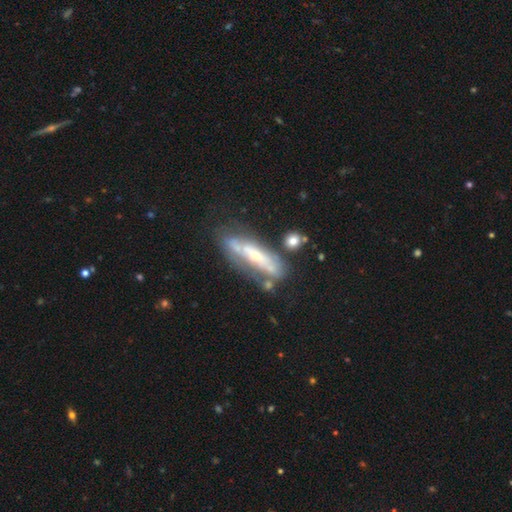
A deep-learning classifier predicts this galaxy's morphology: A featured or disk galaxy (67%). Merging: none (54%).